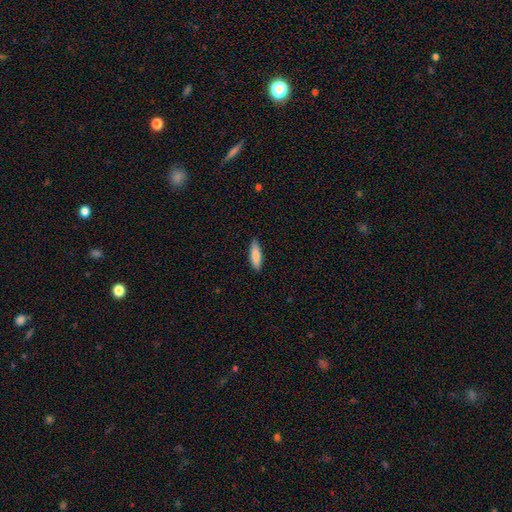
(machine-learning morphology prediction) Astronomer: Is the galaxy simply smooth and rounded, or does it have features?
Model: smooth — 85%.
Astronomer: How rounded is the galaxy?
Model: cigar-shaped — 56% (runner-up: in between, 43%).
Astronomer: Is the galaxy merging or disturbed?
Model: none — 86%.